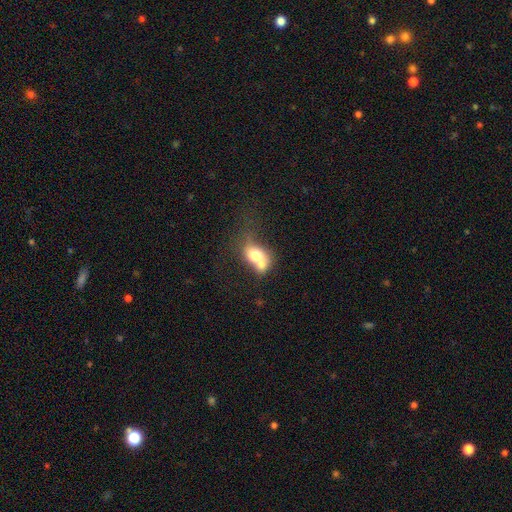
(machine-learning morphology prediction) smooth_or_featured: smooth (p=0.66) [alt: featured or disk p=0.25]
how_rounded: in between (p=0.54) [alt: round p=0.44]
merging: merger (p=0.66) [alt: none p=0.18]